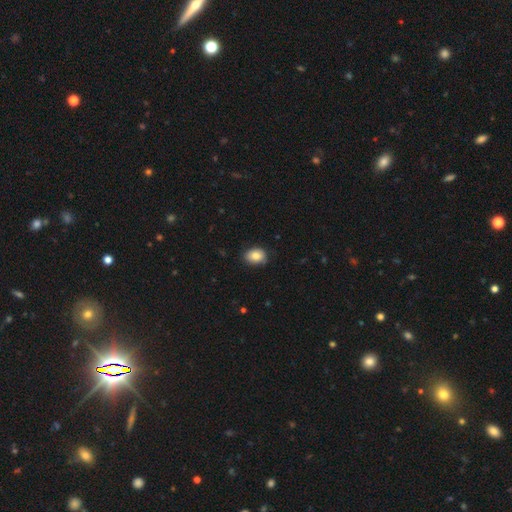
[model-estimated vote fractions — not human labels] Smooth or featured?
  - smooth: 83% *
  - star or artifact: 8%
  - featured or disk: 8%
How rounded?
  - in between: 66% *
  - round: 33%
  - cigar-shaped: 1%
Merging?
  - none: 79% *
  - minor disturbance: 17%
  - major disturbance: 3%
  - merger: 1%